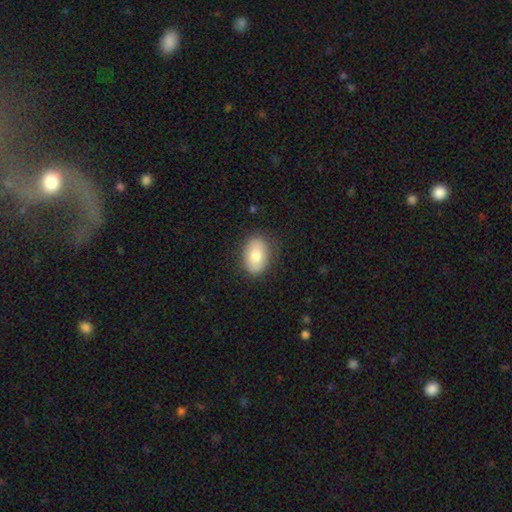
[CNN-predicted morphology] Smooth or featured?
  - smooth: 77% *
  - featured or disk: 16%
  - star or artifact: 7%
How rounded?
  - in between: 84% *
  - round: 15%
  - cigar-shaped: 1%
Merging?
  - none: 84% *
  - minor disturbance: 12%
  - major disturbance: 3%
  - merger: 1%